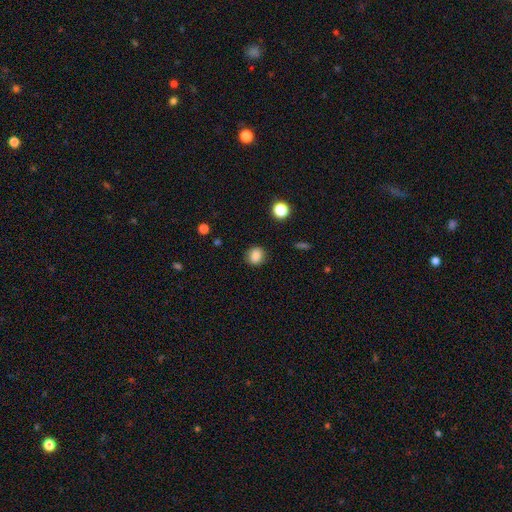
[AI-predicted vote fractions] smooth 86%, star or artifact 10%, featured or disk 4%. Down the decision tree: how rounded — round (72%); merging — none (85%).